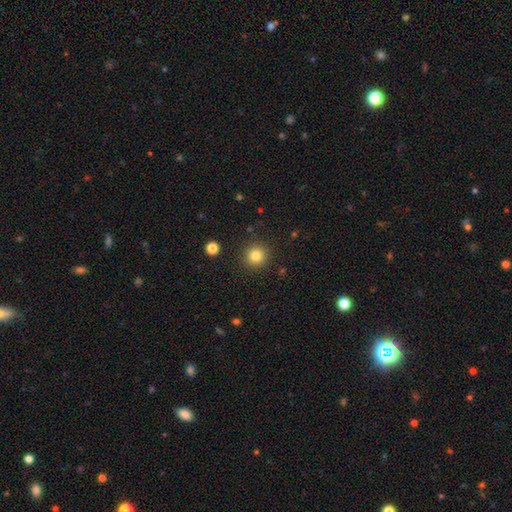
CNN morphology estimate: Smooth or featured: smooth — 82% (star or artifact — 12%)
How rounded: round — 95% (in between — 5%)
Merging: none — 91% (minor disturbance — 6%)